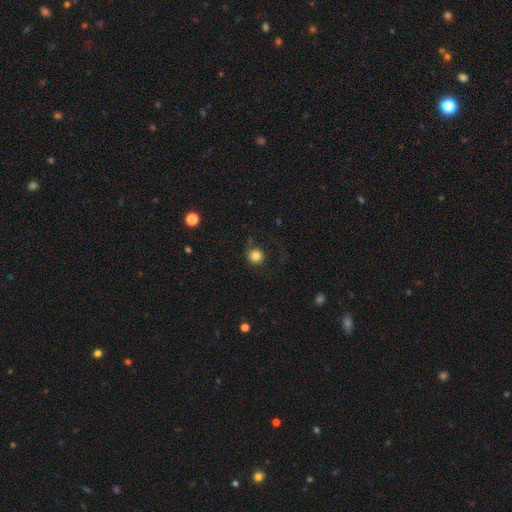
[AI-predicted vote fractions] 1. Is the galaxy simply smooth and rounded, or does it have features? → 82% smooth, 12% star or artifact, 6% featured or disk.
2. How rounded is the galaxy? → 94% round, 5% in between, 1% cigar-shaped.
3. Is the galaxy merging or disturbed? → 80% none, 13% minor disturbance, 5% major disturbance, 2% merger.